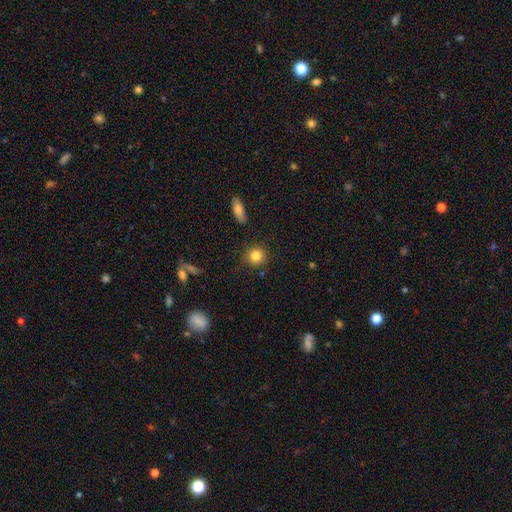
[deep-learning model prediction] Morphology: type=smooth (84%); roundness=round (89%); merging=none (87%).